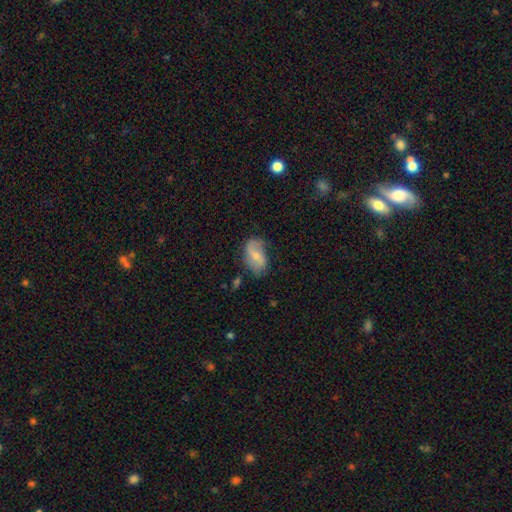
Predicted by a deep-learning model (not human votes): smooth_or_featured: featured or disk (p=0.51) [alt: smooth p=0.42]
disk_edge_on: no (p=0.95) [alt: yes p=0.05]
merging: none (p=0.60) [alt: minor disturbance p=0.27]